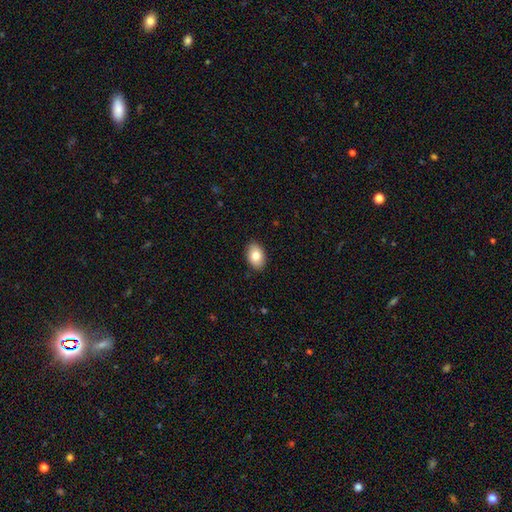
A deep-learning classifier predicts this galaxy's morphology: Q: Smooth or featured?
A: smooth (82%); runner-up: featured or disk (11%)
Q: How rounded?
A: in between (88%); runner-up: round (10%)
Q: Merging?
A: none (89%); runner-up: minor disturbance (8%)